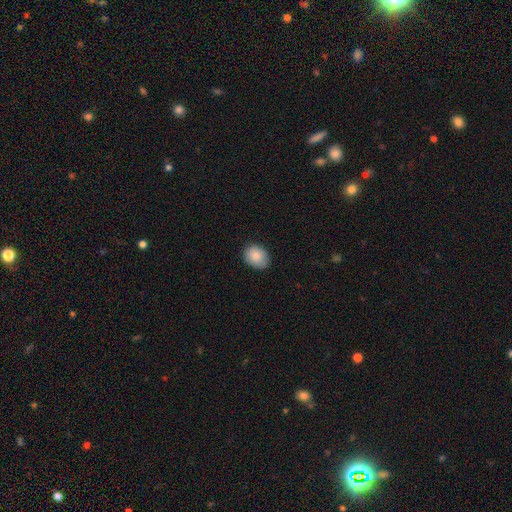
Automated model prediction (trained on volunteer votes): Smooth or featured?
  - smooth: 86% *
  - star or artifact: 7%
  - featured or disk: 7%
How rounded?
  - in between: 60% *
  - round: 40%
  - cigar-shaped: 1%
Merging?
  - none: 82% *
  - minor disturbance: 15%
  - major disturbance: 2%
  - merger: 1%